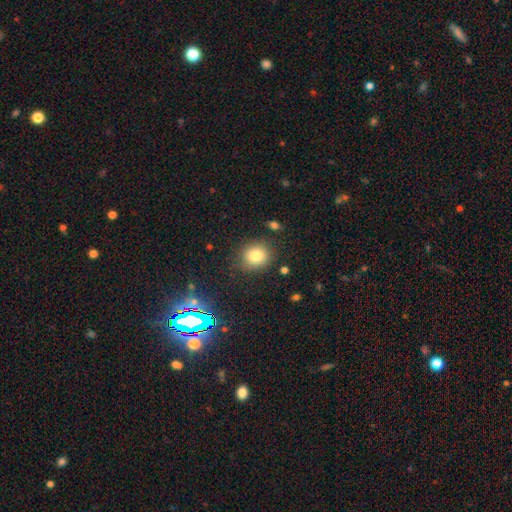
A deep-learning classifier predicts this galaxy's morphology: Smooth or featured?
  - smooth: 80% *
  - star or artifact: 13%
  - featured or disk: 7%
How rounded?
  - round: 81% *
  - in between: 18%
  - cigar-shaped: 1%
Merging?
  - none: 83% *
  - minor disturbance: 11%
  - major disturbance: 3%
  - merger: 3%